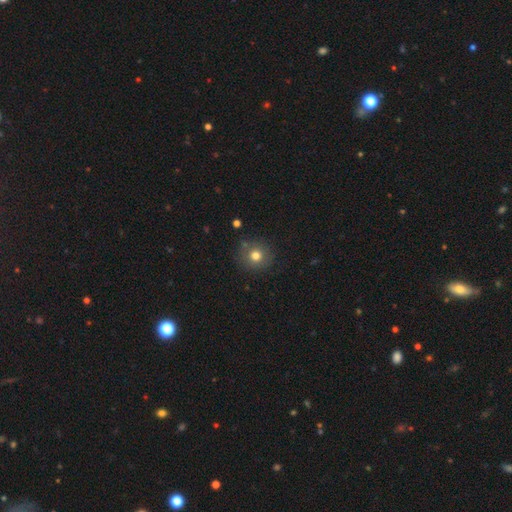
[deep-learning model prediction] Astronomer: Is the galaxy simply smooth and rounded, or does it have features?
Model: smooth — 77%.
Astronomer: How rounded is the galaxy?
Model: round — 91%.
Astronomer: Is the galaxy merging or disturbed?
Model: none — 85%.